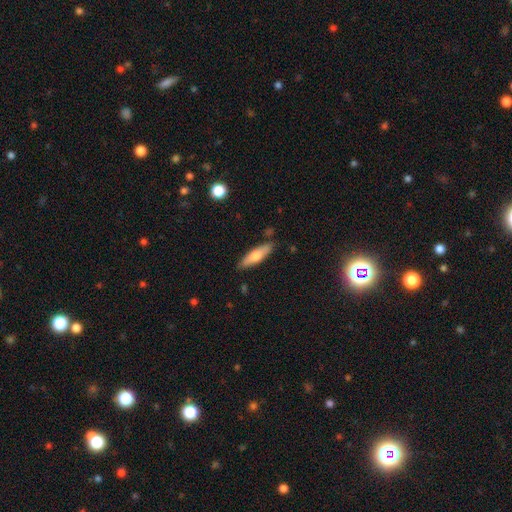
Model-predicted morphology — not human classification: A smooth galaxy with no disk features (65%) that is cigar-shaped (62%).

Vote fractions:
- Smooth or featured? smooth: 65% / featured or disk: 29% / star or artifact: 6%
- How rounded? cigar-shaped: 62% / in between: 36% / round: 2%
- Merging? none: 84% / minor disturbance: 12% / merger: 2% / major disturbance: 2%